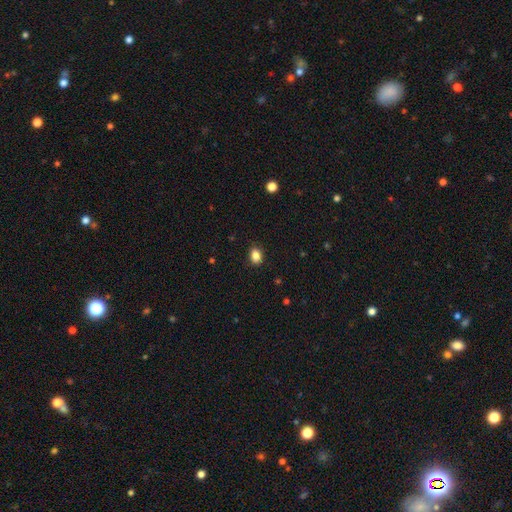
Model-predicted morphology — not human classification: This is clearly a smooth galaxy (86%). How rounded: likely in between (71%). Merging: clearly none (86%).